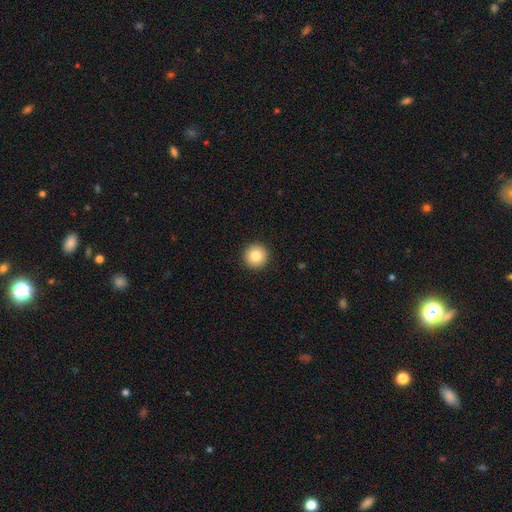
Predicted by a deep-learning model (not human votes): smooth 84%, star or artifact 9%, featured or disk 6%. Down the decision tree: how rounded — round (96%); merging — none (93%).